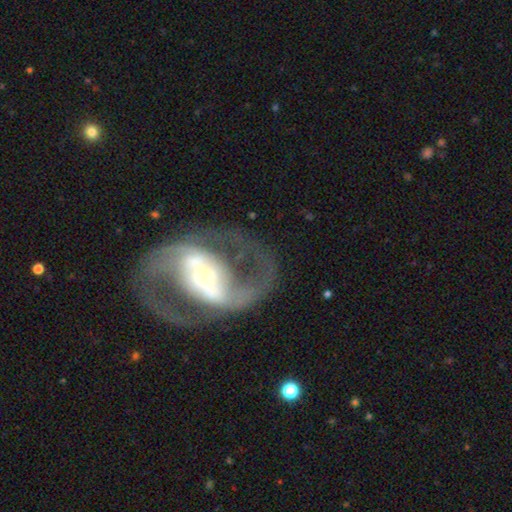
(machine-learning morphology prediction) Smooth or featured? Predicted: featured or disk (p=0.87). Edge-on disk? Predicted: no (p=0.96). Bar? Predicted: strong (p=0.40). Spiral arms? Predicted: yes (p=0.89). Spiral winding? Predicted: medium (p=0.55). Spiral arm count? Predicted: 2 (p=0.91). Bulge size? Predicted: moderate (p=0.43). Merging? Predicted: none (p=0.69).